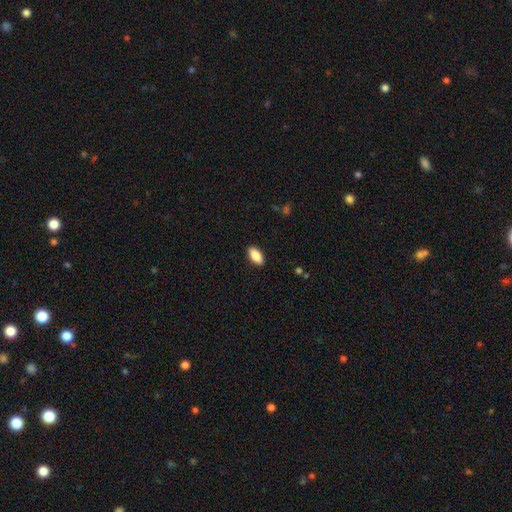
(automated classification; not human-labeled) This appears to be a smooth galaxy with no disk features (88%) that is in between round and cigar-shaped (91%). Merging: none (90%).